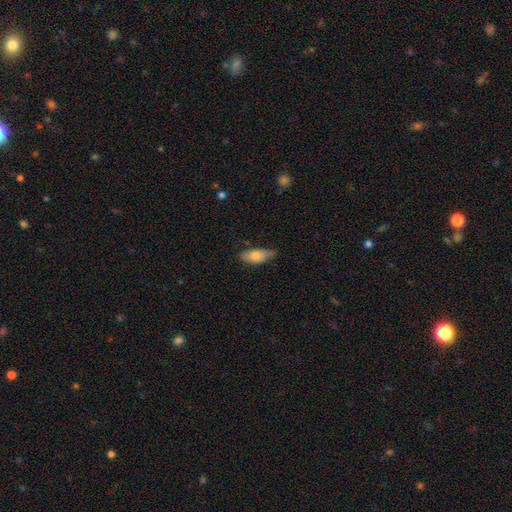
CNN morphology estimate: Smooth or featured?
  - smooth: 74% *
  - featured or disk: 20%
  - star or artifact: 6%
How rounded?
  - in between: 81% *
  - cigar-shaped: 16%
  - round: 3%
Merging?
  - none: 60% *
  - minor disturbance: 32%
  - major disturbance: 6%
  - merger: 2%